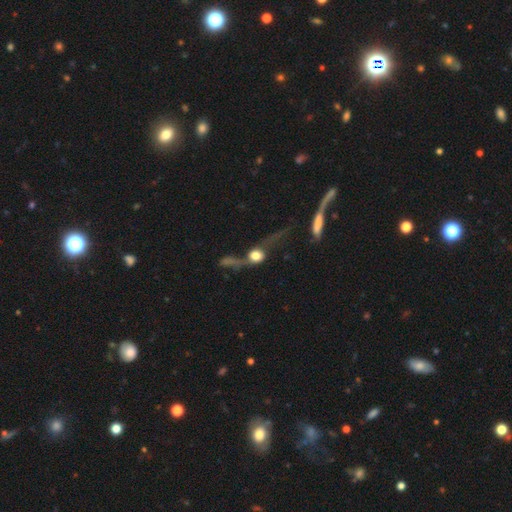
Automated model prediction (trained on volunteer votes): This appears to be a smooth galaxy with no disk features (48%). Merging: major disturbance (37%).